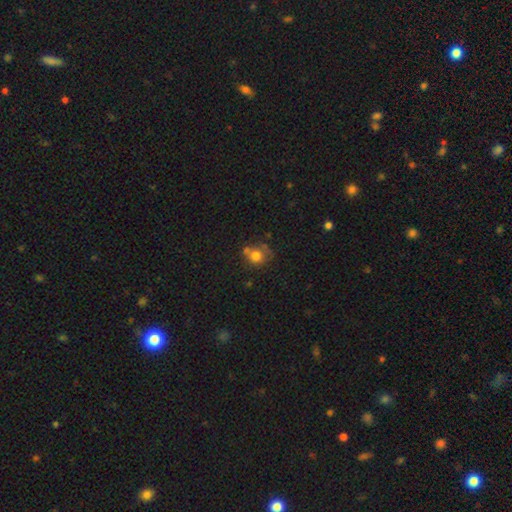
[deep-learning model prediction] Morphology: type=smooth (71%); roundness=round (74%); merging=none (47%).